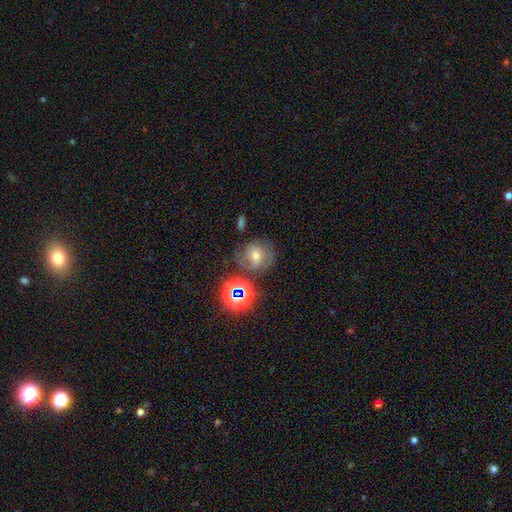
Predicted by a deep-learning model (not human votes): Smooth or featured? Predicted: featured or disk (p=0.50). Merging? Predicted: none (p=0.64).